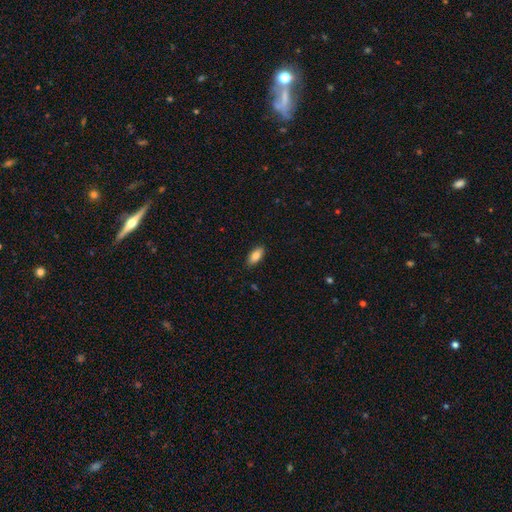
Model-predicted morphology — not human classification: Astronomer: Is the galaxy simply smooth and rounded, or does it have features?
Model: smooth — 85%.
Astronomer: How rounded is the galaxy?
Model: in between — 89%.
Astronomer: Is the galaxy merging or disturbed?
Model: none — 88%.